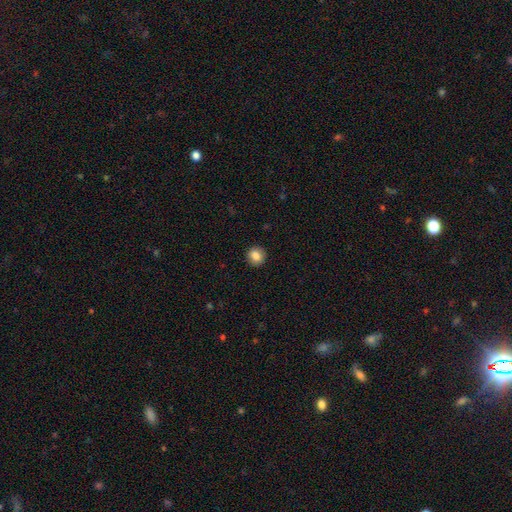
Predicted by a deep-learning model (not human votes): Smooth or featured?
  - smooth: 84% *
  - star or artifact: 9%
  - featured or disk: 7%
How rounded?
  - round: 88% *
  - in between: 11%
  - cigar-shaped: 1%
Merging?
  - none: 91% *
  - minor disturbance: 6%
  - major disturbance: 2%
  - merger: 1%